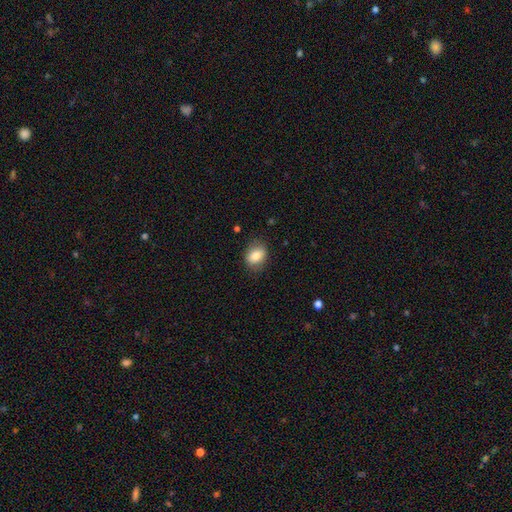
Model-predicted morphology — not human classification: smooth-or-featured: smooth: 82% | featured or disk: 10% | star or artifact: 8%
  how-rounded: in between: 67% | round: 32% | cigar-shaped: 1%
  merging: none: 78% | minor disturbance: 16% | major disturbance: 4% | merger: 1%